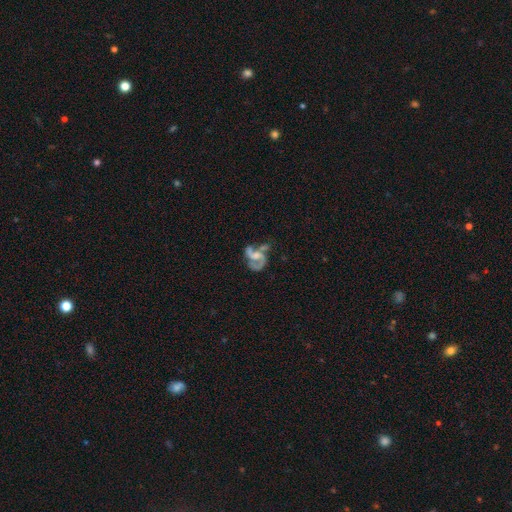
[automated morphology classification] A featured or disk galaxy (79%) with no bar (52%), 2 (75%) medium (44%) spiral arms (86%) and a moderate central bulge (37%).

Vote fractions:
- Smooth or featured? featured or disk: 79% / smooth: 14% / star or artifact: 7%
- Edge-on disk? no: 98% / yes: 2%
- Bar? no: 52% / weak: 38% / strong: 10%
- Spiral arms? yes: 86% / no: 14%
- Spiral winding? medium: 44% / loose: 43% / tight: 13%
- Spiral arm count? 2: 75% / 1: 8% / 3: 7% / can't tell: 7% / 4: 2% / more than 4: 2%
- Bulge size? moderate: 37% / small: 31% / none: 23% / large: 8% / dominant: 2%
- Merging? major disturbance: 31% (tied) / none: 31% (tied) / merger: 20% / minor disturbance: 19%